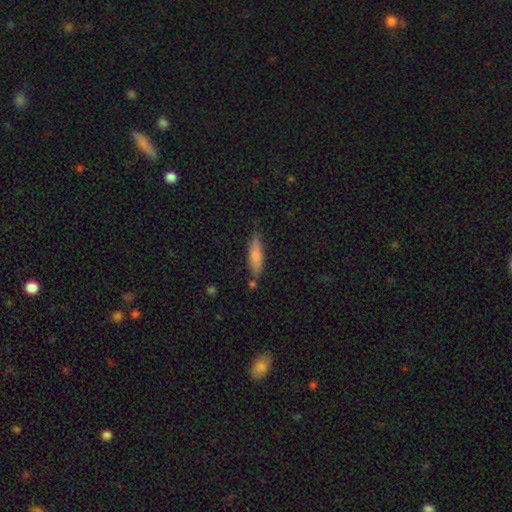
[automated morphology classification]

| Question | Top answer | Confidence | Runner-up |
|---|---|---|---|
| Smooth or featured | smooth | 74% | featured or disk (20%) |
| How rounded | cigar-shaped | 67% | in between (32%) |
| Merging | none | 74% | minor disturbance (17%) |